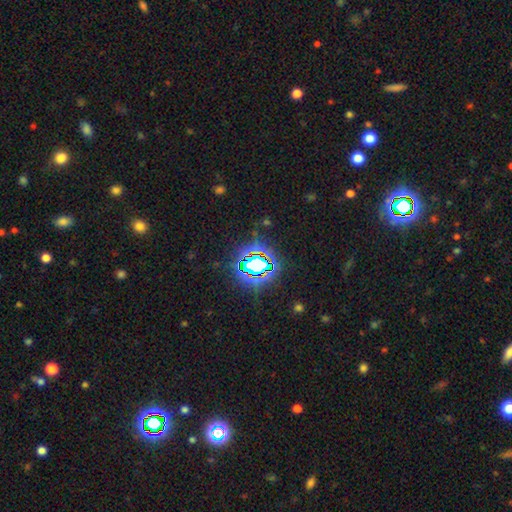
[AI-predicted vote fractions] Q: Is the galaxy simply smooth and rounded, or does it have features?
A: star or artifact — 74%.